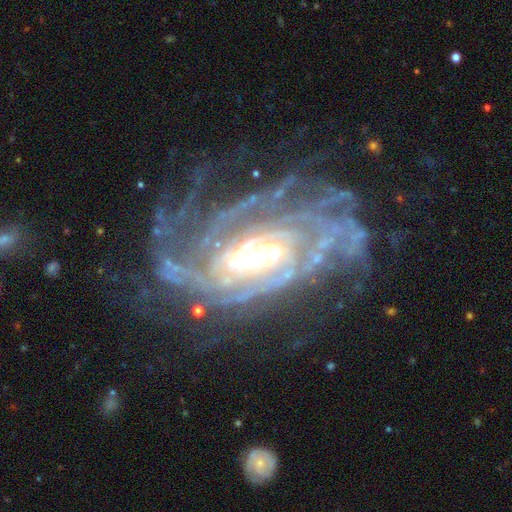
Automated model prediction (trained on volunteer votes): Morphology: type=featured or disk (91%); edge-on=no (95%); bar=no (40%); spiral arms=yes (97%); winding=tight (69%); arm count=can't tell (28%); bulge=moderate (53%); merging=none (59%).